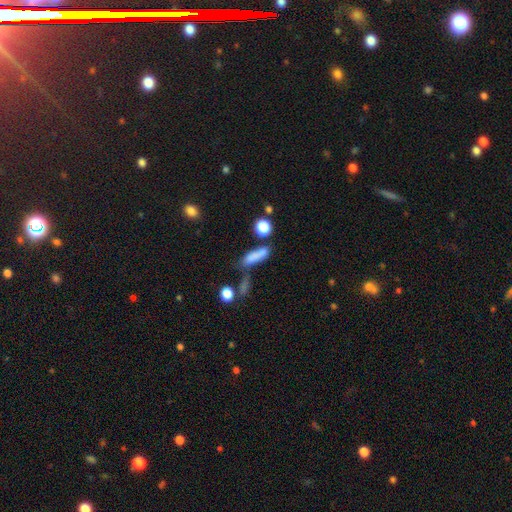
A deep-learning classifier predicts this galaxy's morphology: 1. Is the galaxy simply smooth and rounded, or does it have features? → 74% smooth, 15% featured or disk, 11% star or artifact.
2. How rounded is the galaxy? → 49% cigar-shaped, 44% in between, 7% round.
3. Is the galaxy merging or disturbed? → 41% none, 27% merger, 19% minor disturbance, 13% major disturbance.